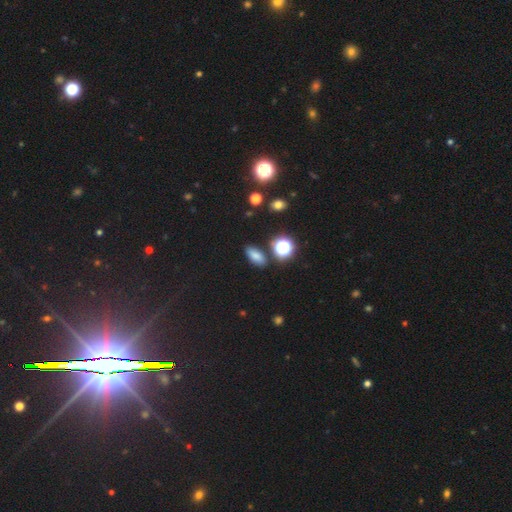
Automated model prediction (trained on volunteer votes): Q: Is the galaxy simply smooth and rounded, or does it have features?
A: smooth — 73%.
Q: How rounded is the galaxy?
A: in between — 80%.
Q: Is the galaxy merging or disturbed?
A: none — 82%.